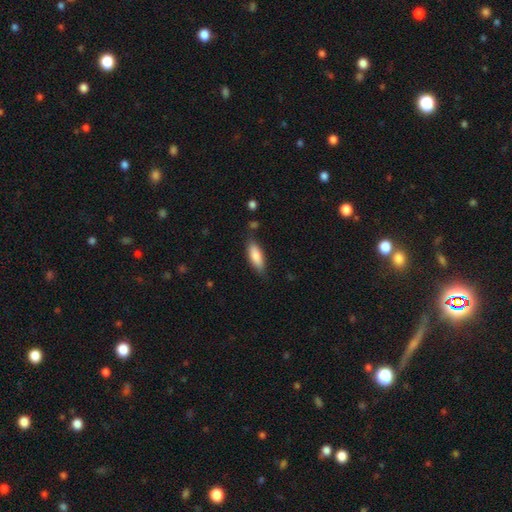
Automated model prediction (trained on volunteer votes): smooth 83%, featured or disk 11%, star or artifact 6%. Down the decision tree: how rounded — in between (63%); merging — none (78%).